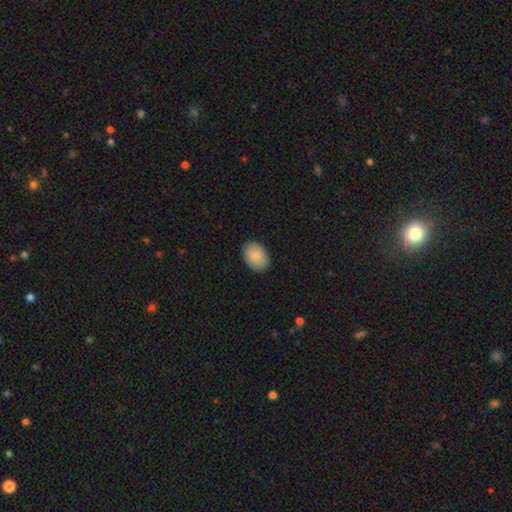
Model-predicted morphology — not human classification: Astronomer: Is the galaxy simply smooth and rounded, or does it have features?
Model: smooth — 88%.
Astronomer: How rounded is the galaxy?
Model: in between — 85%.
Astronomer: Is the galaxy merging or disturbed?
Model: none — 88%.